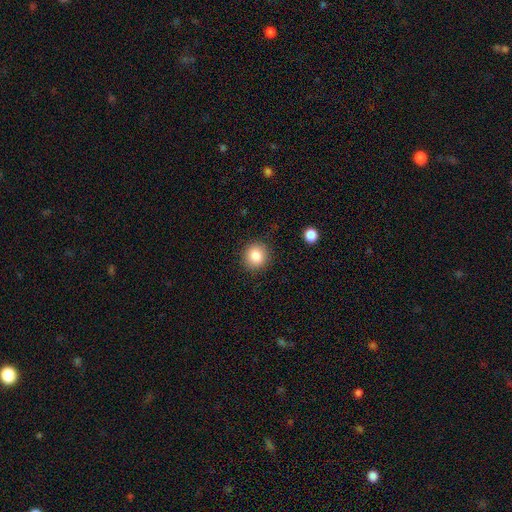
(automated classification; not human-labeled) smooth 85%, star or artifact 10%, featured or disk 5%. Down the decision tree: how rounded — round (89%); merging — none (89%).